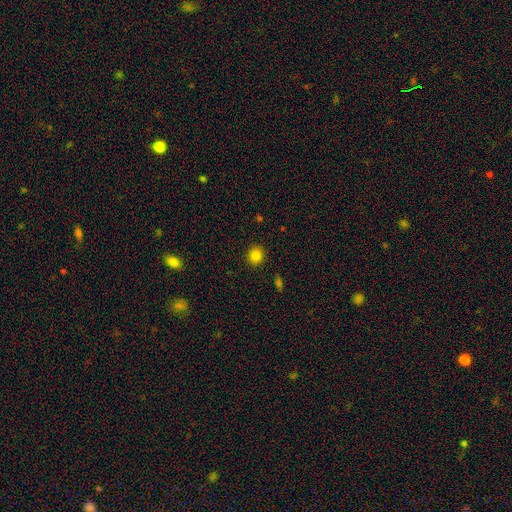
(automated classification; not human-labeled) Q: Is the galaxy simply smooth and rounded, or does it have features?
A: smooth — 83%.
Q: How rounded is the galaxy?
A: round — 81%.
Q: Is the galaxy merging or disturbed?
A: none — 91%.